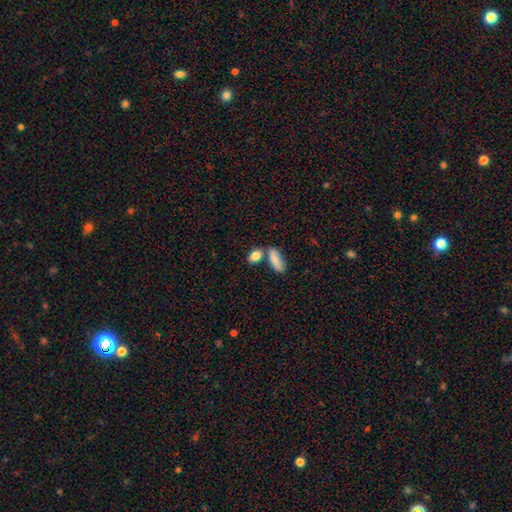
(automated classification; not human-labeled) Overall: smooth (84%). How rounded: in between (83%). Merging: none (53%; merger 31%).